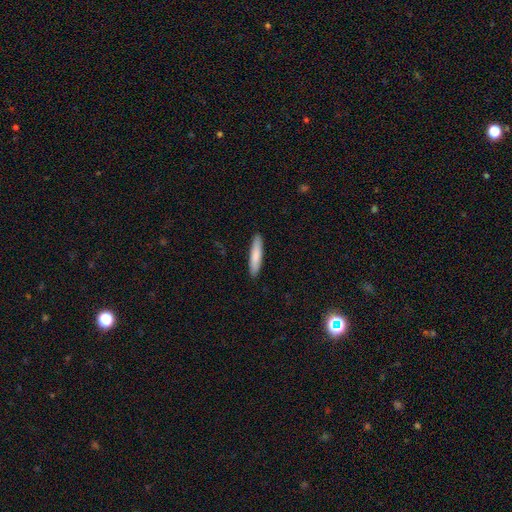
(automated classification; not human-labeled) Smooth or featured?
  - smooth: 81% *
  - featured or disk: 14%
  - star or artifact: 5%
How rounded?
  - cigar-shaped: 87% *
  - in between: 12%
  - round: 1%
Merging?
  - none: 91% *
  - minor disturbance: 7%
  - major disturbance: 1%
  - merger: 1%